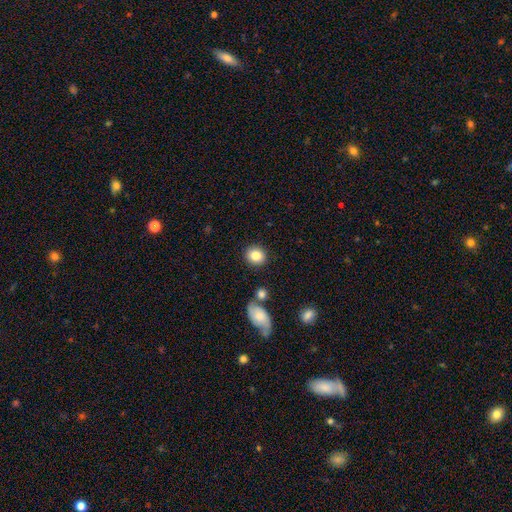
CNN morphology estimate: Smooth or featured?
  - smooth: 84% *
  - star or artifact: 8%
  - featured or disk: 7%
How rounded?
  - round: 75% *
  - in between: 24%
  - cigar-shaped: 1%
Merging?
  - none: 85% *
  - minor disturbance: 8%
  - merger: 4%
  - major disturbance: 3%